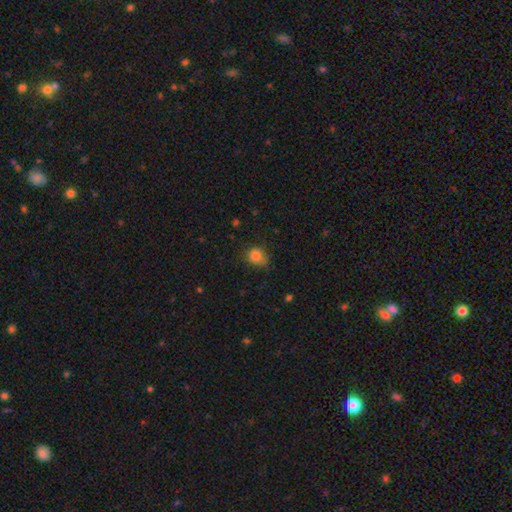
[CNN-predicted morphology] smooth_or_featured: smooth (p=0.80) [alt: star or artifact p=0.13]
how_rounded: round (p=0.71) [alt: in between p=0.28]
merging: none (p=0.57) [alt: minor disturbance p=0.31]